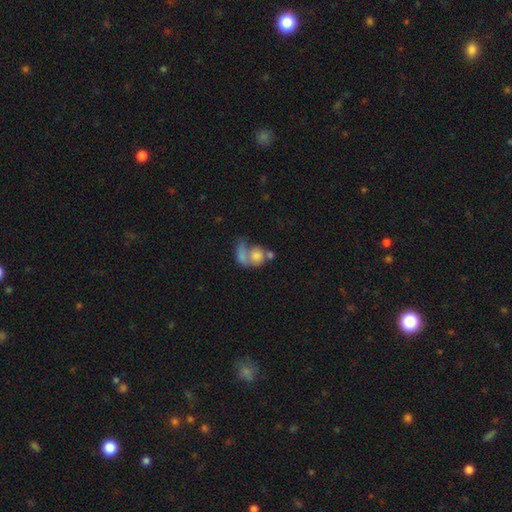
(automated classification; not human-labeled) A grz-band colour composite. It shows a smooth galaxy with no disk features (66%) that is round (55%). Merging: merger (58%).